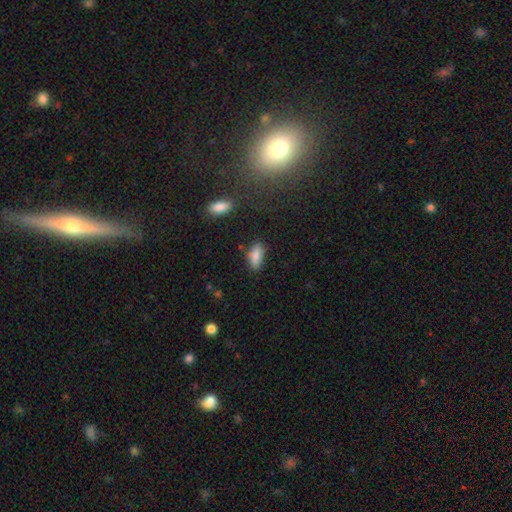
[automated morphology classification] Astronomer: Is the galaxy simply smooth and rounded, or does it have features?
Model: smooth — 83%.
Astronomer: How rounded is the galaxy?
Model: in between — 80%.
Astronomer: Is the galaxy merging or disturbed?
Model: none — 75%.